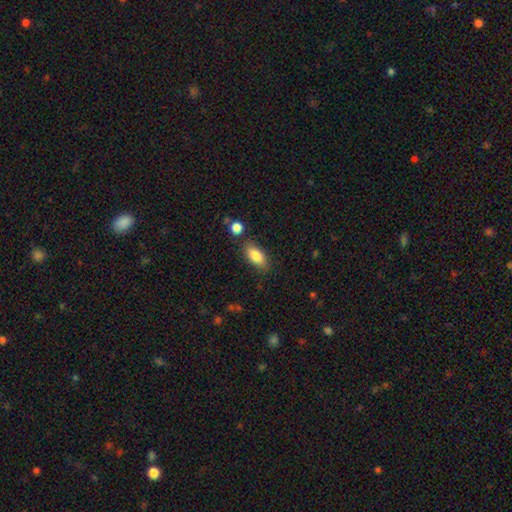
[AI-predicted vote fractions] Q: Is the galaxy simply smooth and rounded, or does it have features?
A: smooth — 84%.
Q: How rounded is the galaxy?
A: in between — 88%.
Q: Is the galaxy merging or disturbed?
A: none — 80%.